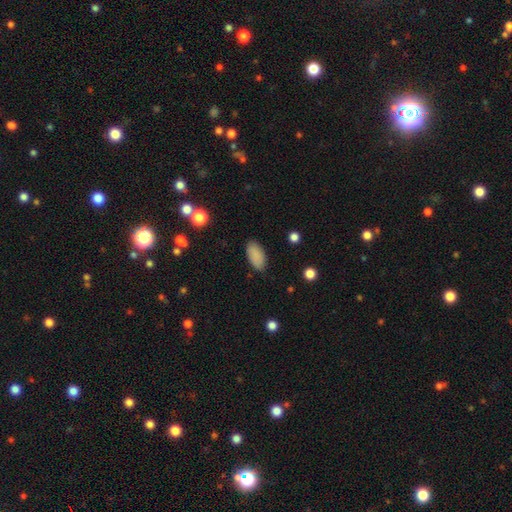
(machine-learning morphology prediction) Smooth or featured?
  - smooth: 88% *
  - star or artifact: 7%
  - featured or disk: 5%
How rounded?
  - in between: 93% *
  - cigar-shaped: 5%
  - round: 2%
Merging?
  - none: 86% *
  - minor disturbance: 10%
  - major disturbance: 2%
  - merger: 1%